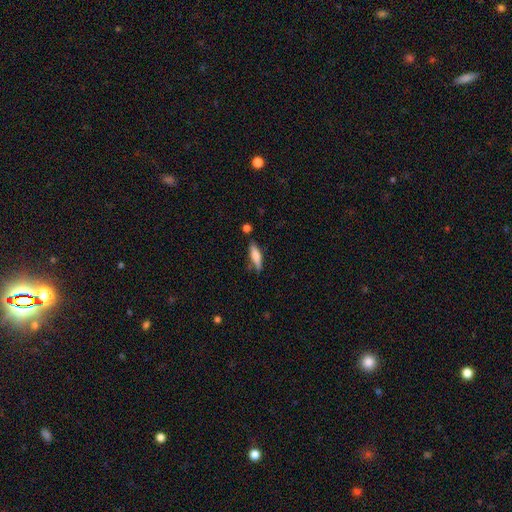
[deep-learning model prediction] The model was most divided on "how rounded": cigar-shaped: 62%, in between: 36%, round: 2%. More confident: merging — none (75%); smooth or featured — smooth (66%).